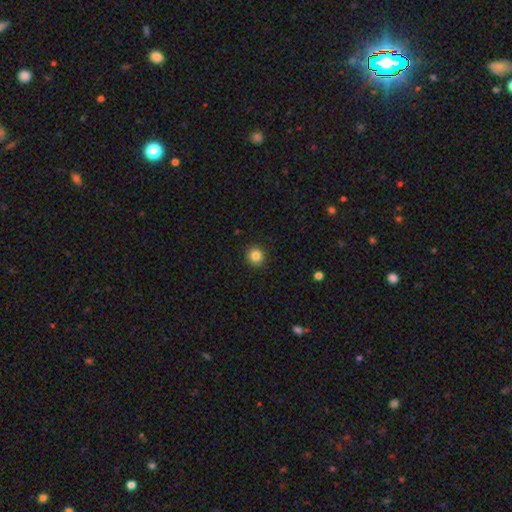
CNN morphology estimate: A smooth galaxy with no disk features (84%) that is round (93%). Merging: none (92%).